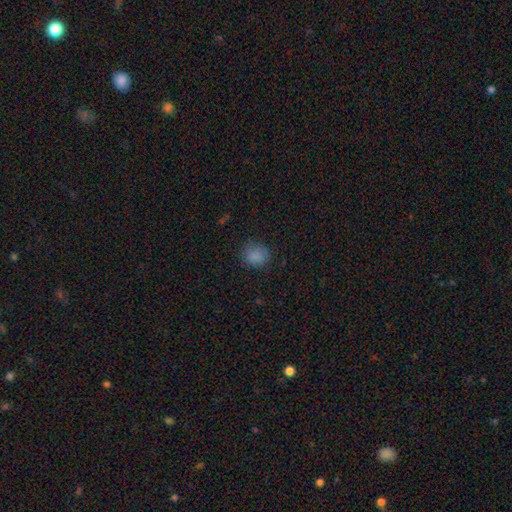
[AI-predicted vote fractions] Q: Smooth or featured?
A: smooth (83%); runner-up: star or artifact (12%)
Q: How rounded?
A: round (77%); runner-up: in between (22%)
Q: Merging?
A: none (78%); runner-up: minor disturbance (16%)